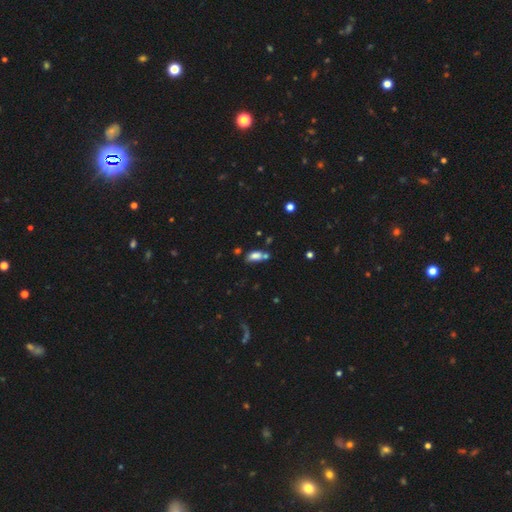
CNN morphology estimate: This is likely a smooth galaxy (75%). How rounded: clearly in between (85%). Merging: marginally none (45%).